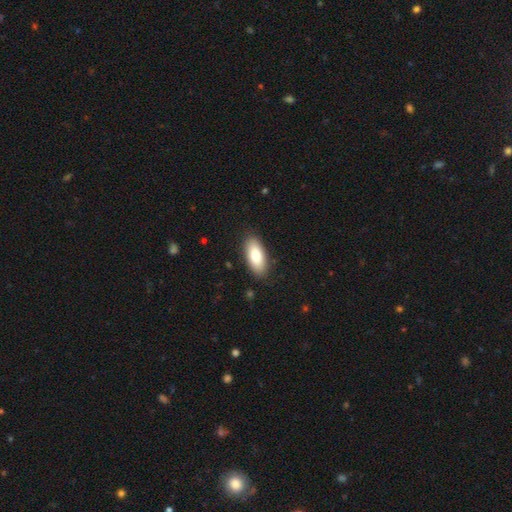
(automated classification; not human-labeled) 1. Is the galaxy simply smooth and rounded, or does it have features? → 82% smooth, 12% featured or disk, 6% star or artifact.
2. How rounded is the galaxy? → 85% in between, 13% cigar-shaped, 2% round.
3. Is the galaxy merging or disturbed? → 87% none, 10% minor disturbance, 2% major disturbance, 1% merger.